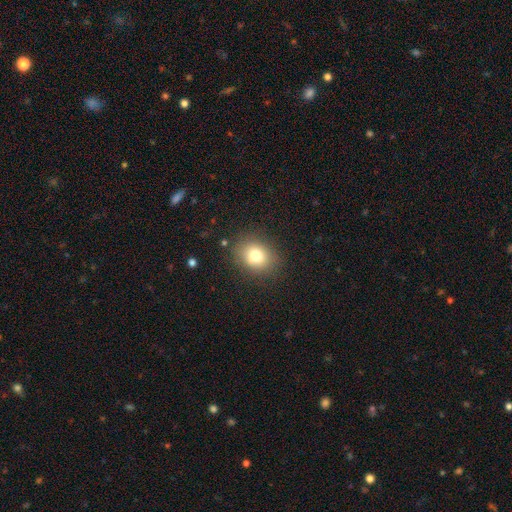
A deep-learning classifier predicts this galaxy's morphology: Smooth or featured? Predicted: smooth (p=0.77). How rounded? Predicted: round (p=0.54). Merging? Predicted: none (p=0.85).